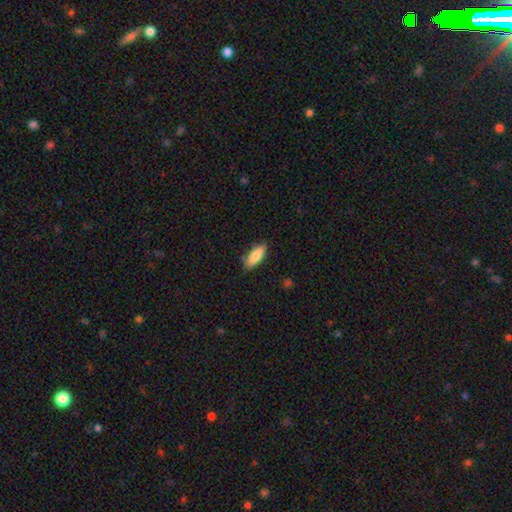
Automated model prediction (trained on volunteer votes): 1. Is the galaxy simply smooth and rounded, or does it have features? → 81% smooth, 13% featured or disk, 6% star or artifact.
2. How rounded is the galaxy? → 62% in between, 36% cigar-shaped, 2% round.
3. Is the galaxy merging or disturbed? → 80% none, 15% minor disturbance, 3% major disturbance, 2% merger.